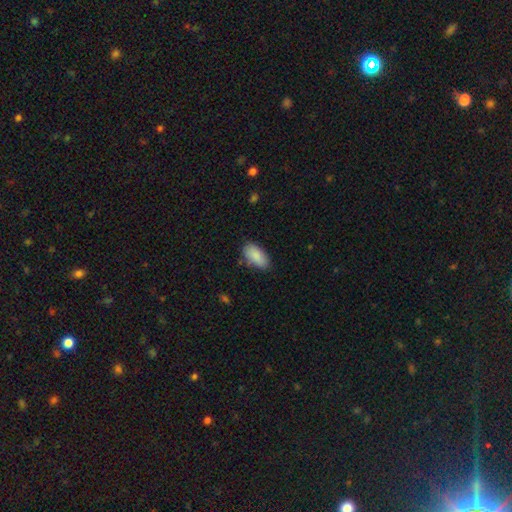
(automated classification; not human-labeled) Smooth or featured? smooth (88%)
How rounded? in between (93%)
Merging? none (77%)